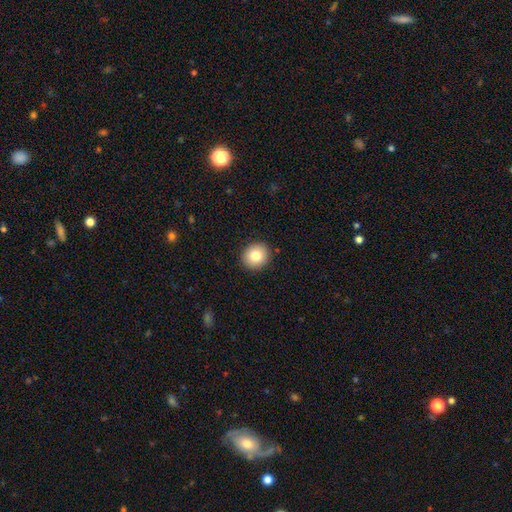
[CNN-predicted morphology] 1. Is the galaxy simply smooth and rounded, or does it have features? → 81% smooth, 10% featured or disk, 9% star or artifact.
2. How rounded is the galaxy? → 86% round, 13% in between, 1% cigar-shaped.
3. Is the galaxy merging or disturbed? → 91% none, 6% minor disturbance, 2% major disturbance, 1% merger.